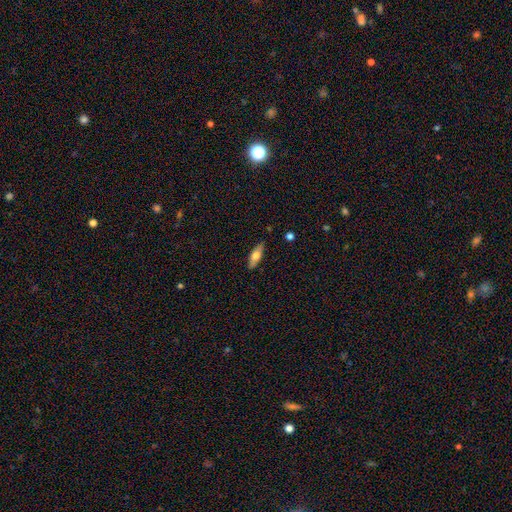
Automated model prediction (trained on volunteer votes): A smooth galaxy with no disk features (62%) that is in between round and cigar-shaped (61%).

Vote fractions:
- Smooth or featured? smooth: 62% / featured or disk: 31% / star or artifact: 6%
- How rounded? in between: 61% / cigar-shaped: 37% / round: 3%
- Merging? none: 84% / minor disturbance: 12% / major disturbance: 2% / merger: 1%